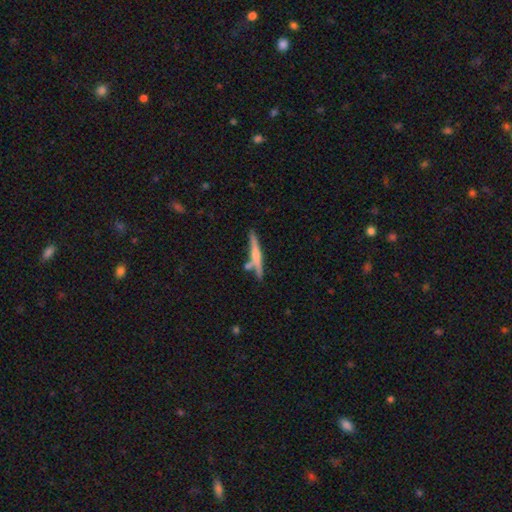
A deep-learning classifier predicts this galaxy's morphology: Overall: featured or disk (57%; smooth 37%). Edge-on disk: yes (96%). Edge-on bulge: rounded (69%). Merging: none (69%).